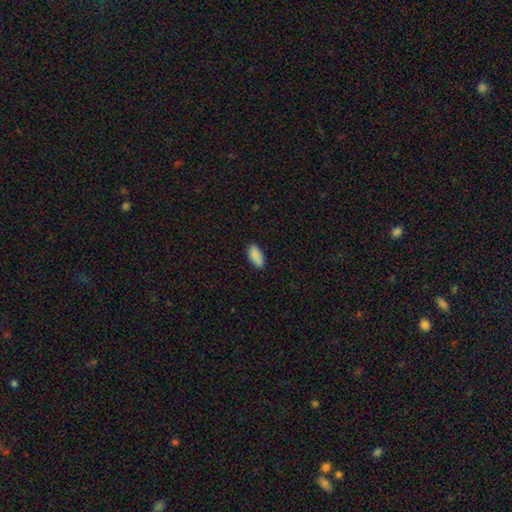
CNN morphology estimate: Smooth or featured?
  - smooth: 89% *
  - star or artifact: 7%
  - featured or disk: 4%
How rounded?
  - in between: 91% *
  - cigar-shaped: 7%
  - round: 2%
Merging?
  - none: 84% *
  - minor disturbance: 13%
  - major disturbance: 2%
  - merger: 1%